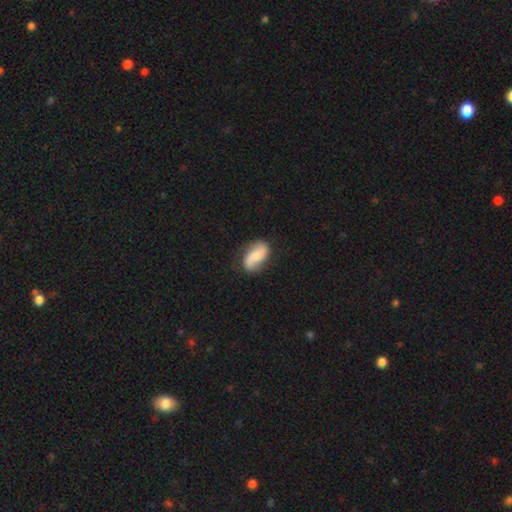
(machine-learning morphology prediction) Q: Smooth or featured?
A: featured or disk (56%); runner-up: smooth (37%)
Q: Edge-on disk?
A: no (96%); runner-up: yes (4%)
Q: Bar?
A: no (52%); runner-up: weak (32%)
Q: Spiral arms?
A: yes (92%); runner-up: no (8%)
Q: Bulge size?
A: small (38%); runner-up: moderate (32%)
Q: Merging?
A: none (76%); runner-up: minor disturbance (17%)